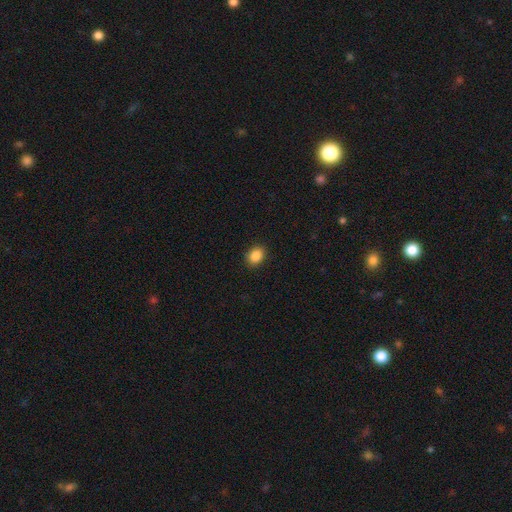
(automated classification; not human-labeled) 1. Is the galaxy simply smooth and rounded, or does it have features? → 88% smooth, 9% star or artifact, 3% featured or disk.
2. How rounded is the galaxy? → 55% in between, 44% round, 1% cigar-shaped.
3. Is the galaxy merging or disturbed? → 90% none, 7% minor disturbance, 2% major disturbance, 1% merger.